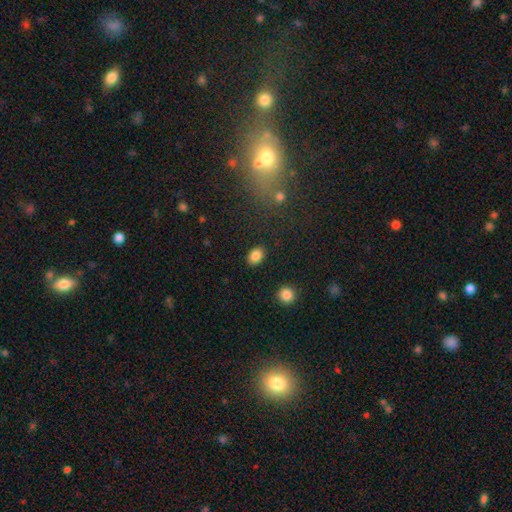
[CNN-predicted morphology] This appears to be a smooth galaxy with no disk features (86%) that is in between round and cigar-shaped (73%). Merging: none (88%).